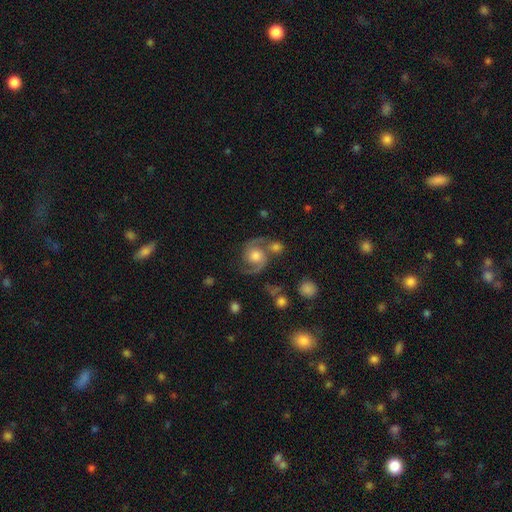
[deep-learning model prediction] Smooth or featured: featured or disk — 82% (smooth — 11%)
Edge-on disk: no — 98% (yes — 2%)
Bar: no — 73% (weak — 23%)
Spiral arms: yes — 96% (no — 4%)
Spiral winding: medium — 57% (loose — 22%)
Spiral arm count: 2 — 92% (can't tell — 2%)
Bulge size: moderate — 51% (large — 31%)
Merging: none — 57% (merger — 19%)